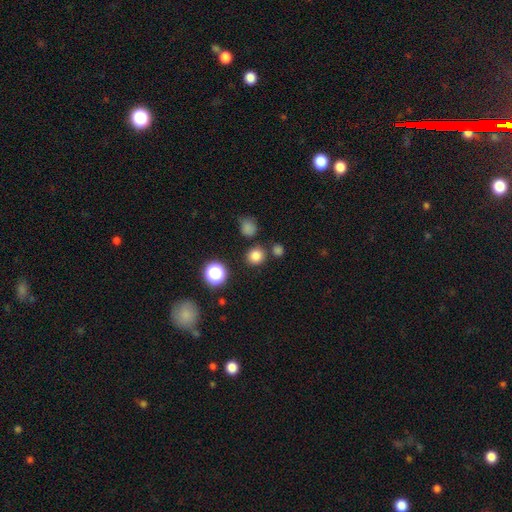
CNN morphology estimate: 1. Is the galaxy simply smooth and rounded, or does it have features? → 79% smooth, 17% star or artifact, 4% featured or disk.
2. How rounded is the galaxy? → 89% round, 10% in between, 1% cigar-shaped.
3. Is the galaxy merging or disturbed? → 82% none, 8% minor disturbance, 7% merger, 3% major disturbance.